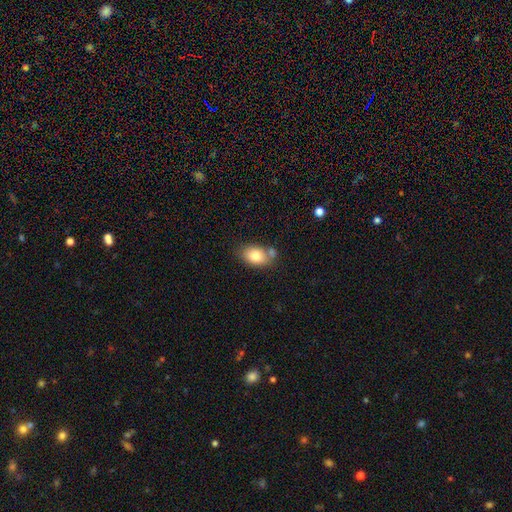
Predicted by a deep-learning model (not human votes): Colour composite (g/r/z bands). It shows a smooth galaxy with no disk features (79%) that is in between round and cigar-shaped (85%). Merging: none (57%).